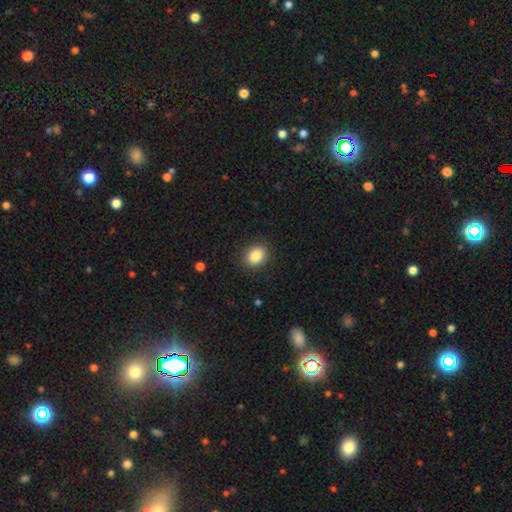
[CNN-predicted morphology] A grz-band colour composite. It shows a smooth galaxy with no disk features (87%) that is in between round and cigar-shaped (54%). Merging: none (87%).